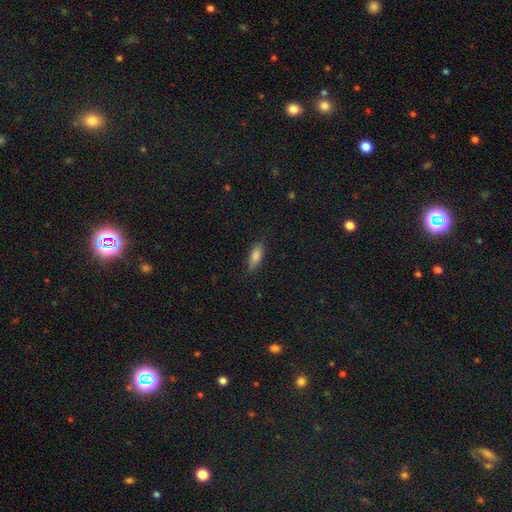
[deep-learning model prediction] A smooth galaxy with no disk features (80%) that is in between round and cigar-shaped (67%). Merging: none (81%).